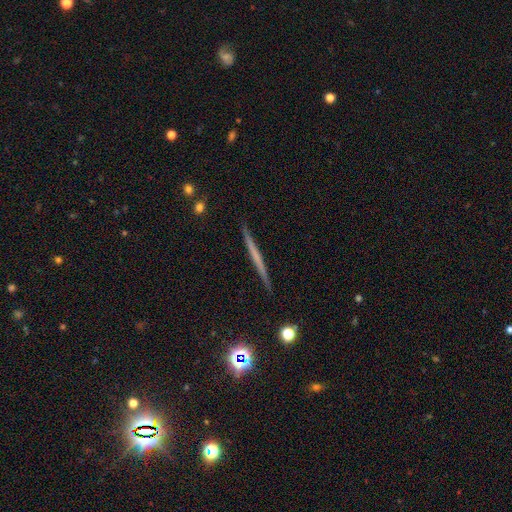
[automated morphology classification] A featured or disk galaxy (53%) viewed edge-on (97%) with no central bulge (89%). Merging: none (91%).